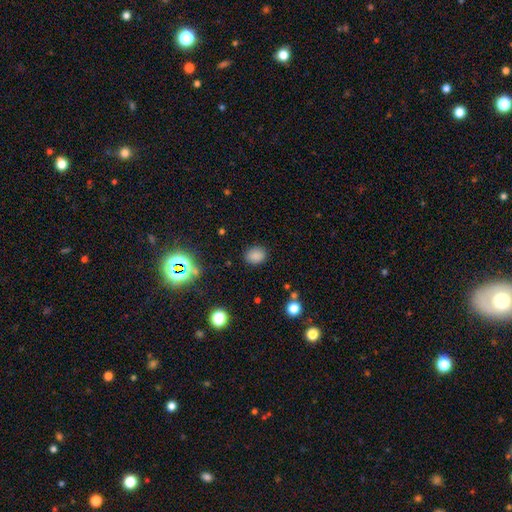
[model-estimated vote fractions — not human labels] The model was most divided on "how rounded": round: 50%, in between: 49%, cigar-shaped: 1%. More confident: merging — none (86%); smooth or featured — smooth (81%).